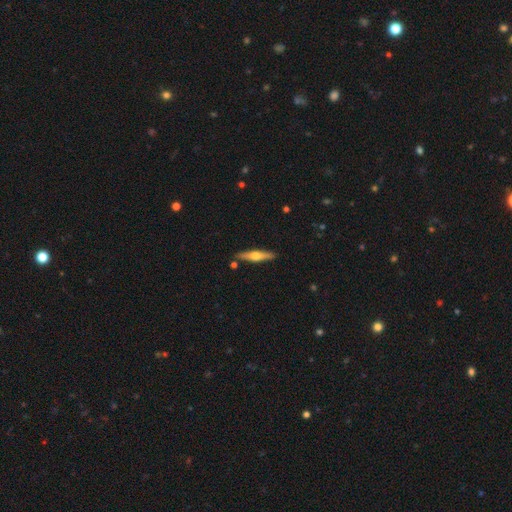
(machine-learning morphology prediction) Smooth or featured? Predicted: featured or disk (p=0.59). Edge-on disk? Predicted: yes (p=0.95). Edge-on bulge? Predicted: rounded (p=0.92). Merging? Predicted: none (p=0.88).